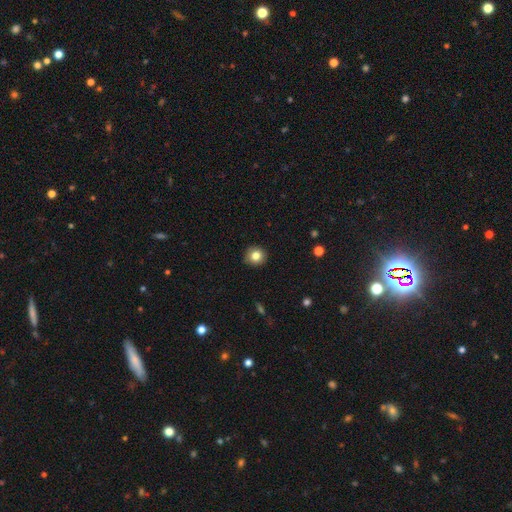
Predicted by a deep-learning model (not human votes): smooth-or-featured: smooth: 81% | star or artifact: 11% | featured or disk: 8%
  how-rounded: round: 90% | in between: 9% | cigar-shaped: 1%
  merging: none: 89% | minor disturbance: 8% | major disturbance: 2% | merger: 1%